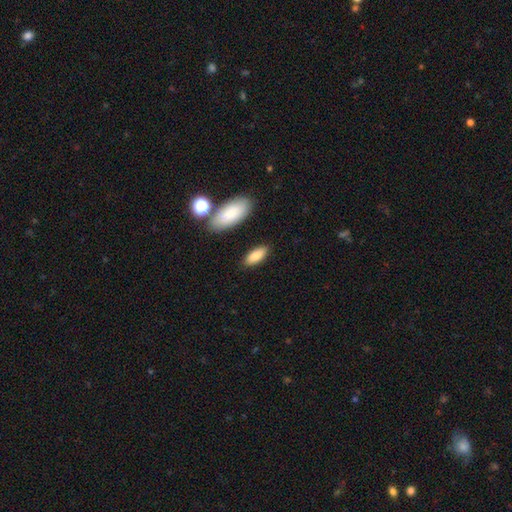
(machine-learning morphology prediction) A smooth galaxy with no disk features (86%) that is in between round and cigar-shaped (80%).

Vote fractions:
- Smooth or featured? smooth: 86% / featured or disk: 8% / star or artifact: 7%
- How rounded? in between: 80% / cigar-shaped: 18% / round: 2%
- Merging? none: 84% / minor disturbance: 10% / merger: 4% / major disturbance: 3%